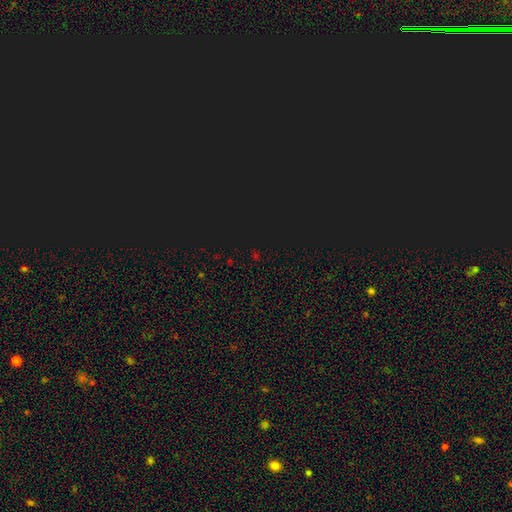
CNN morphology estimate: This appears to be a star or artifact, not a galaxy (73%).